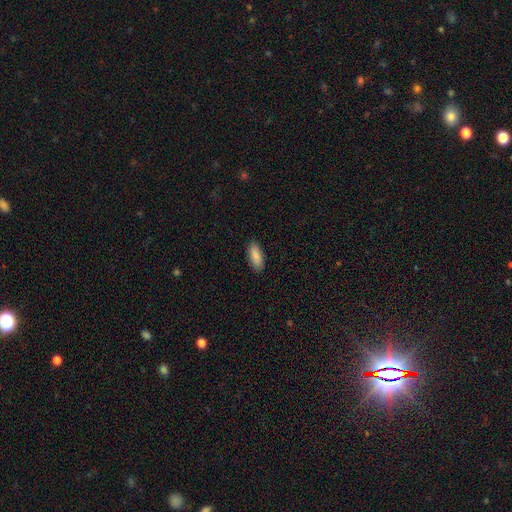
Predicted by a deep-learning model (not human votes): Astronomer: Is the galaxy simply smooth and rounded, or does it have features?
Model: smooth — 85%.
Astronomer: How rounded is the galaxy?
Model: in between — 79%.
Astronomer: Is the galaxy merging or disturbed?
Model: none — 89%.